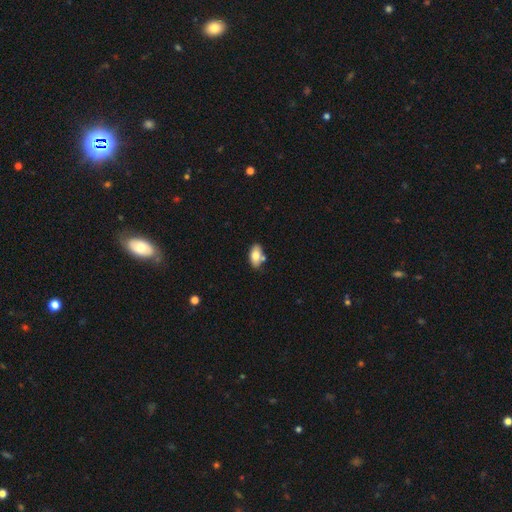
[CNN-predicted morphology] This appears to be a smooth galaxy with no disk features (77%) that is in between round and cigar-shaped (92%). Merging: none (67%).